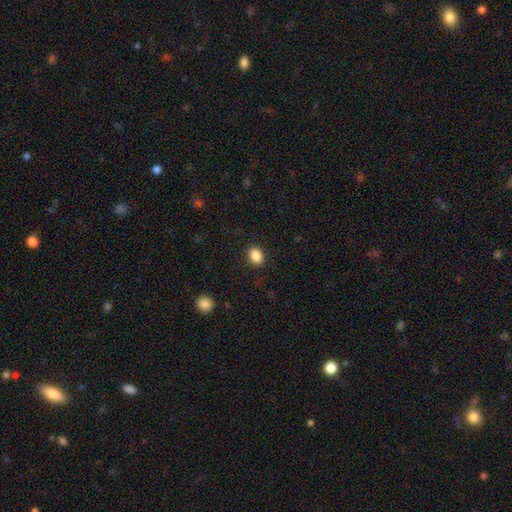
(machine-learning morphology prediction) A smooth galaxy with no disk features (88%) that is in between round and cigar-shaped (69%).

Vote fractions:
- Smooth or featured? smooth: 88% / star or artifact: 9% / featured or disk: 3%
- How rounded? in between: 69% / round: 30% / cigar-shaped: 1%
- Merging? none: 89% / minor disturbance: 8% / major disturbance: 2% / merger: 1%